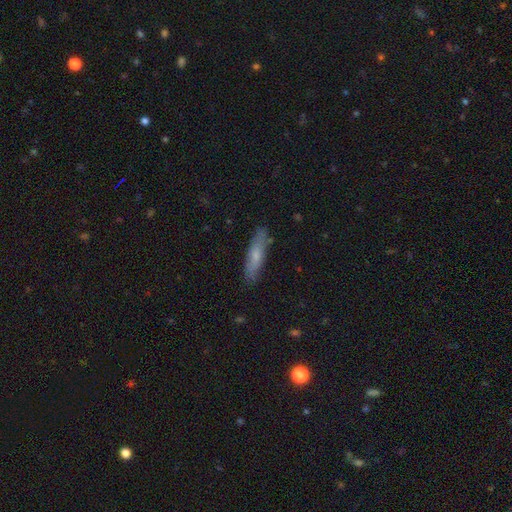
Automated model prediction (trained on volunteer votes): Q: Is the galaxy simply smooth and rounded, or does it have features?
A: smooth — 60%.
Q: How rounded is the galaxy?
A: cigar-shaped — 78%.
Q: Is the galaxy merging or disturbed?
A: none — 83%.